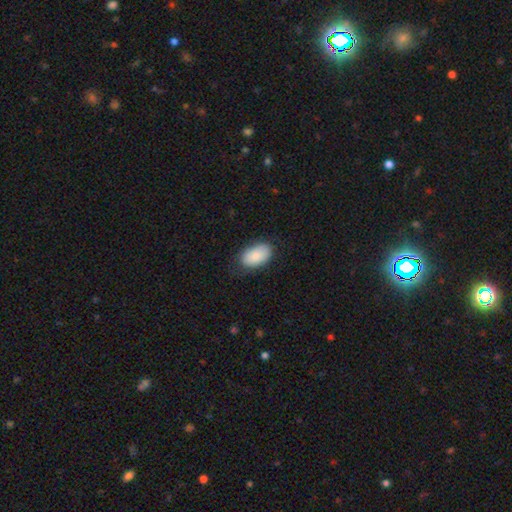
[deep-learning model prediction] This appears to be a smooth galaxy with no disk features (87%) that is in between round and cigar-shaped (94%). Merging: none (72%).